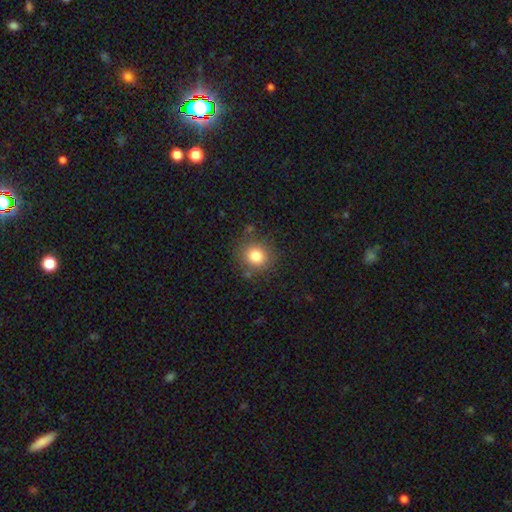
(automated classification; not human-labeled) Overall: smooth (81%). How rounded: round (88%). Merging: none (84%).